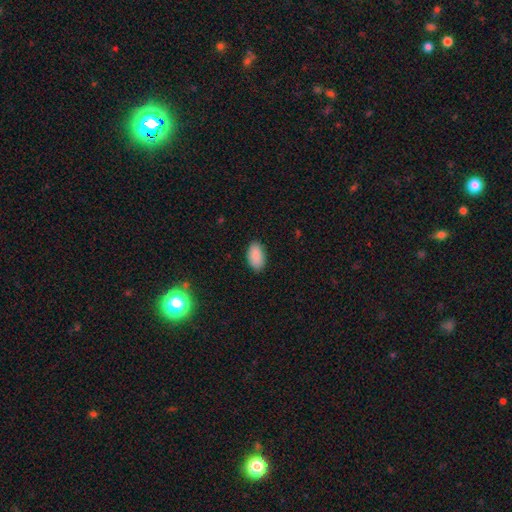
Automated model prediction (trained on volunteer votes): A smooth galaxy with no disk features (89%) that is in between round and cigar-shaped (94%). Merging: none (86%).